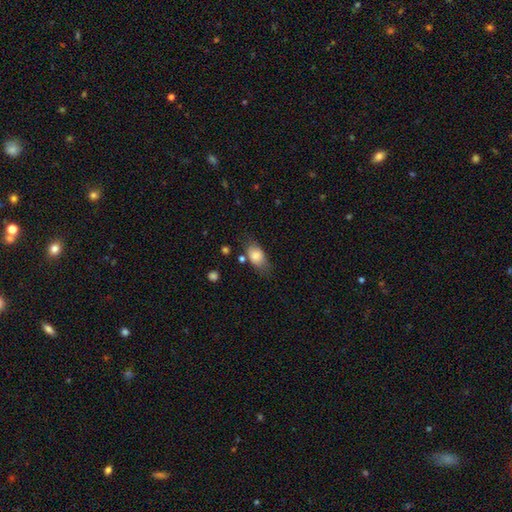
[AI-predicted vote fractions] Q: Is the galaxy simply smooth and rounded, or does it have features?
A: smooth — 80%.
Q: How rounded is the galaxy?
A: in between — 85%.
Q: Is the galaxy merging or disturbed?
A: none — 67%.